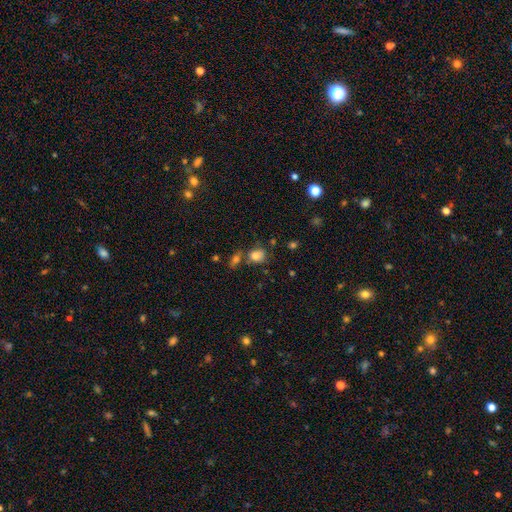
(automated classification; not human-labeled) Smooth or featured? smooth (79%)
How rounded? in between (51%)
Merging? none (51%)